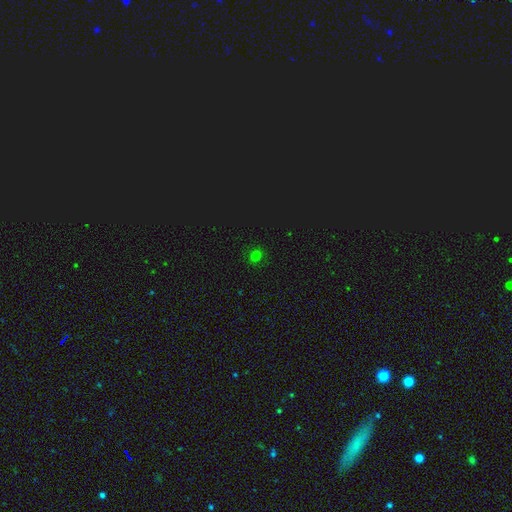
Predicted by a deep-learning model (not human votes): Smooth or featured: smooth — 70% (star or artifact — 26%)
How rounded: round — 68% (in between — 31%)
Merging: none — 87% (minor disturbance — 9%)